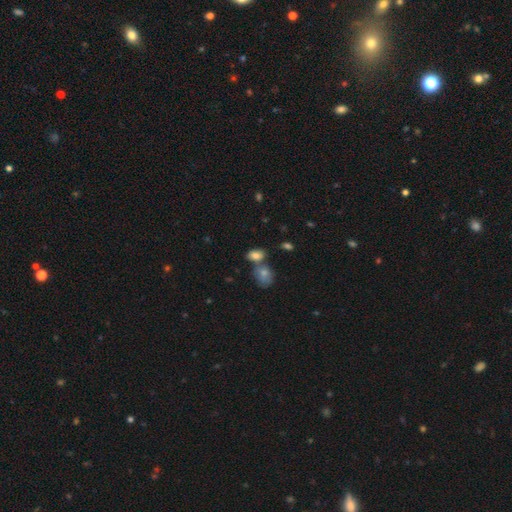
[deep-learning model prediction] smooth_or_featured: smooth (p=0.80) [alt: featured or disk p=0.10]
how_rounded: in between (p=0.87) [alt: round p=0.10]
merging: none (p=0.52) [alt: merger p=0.30]